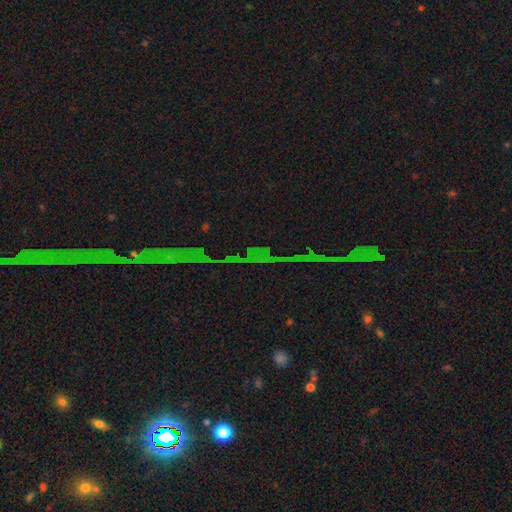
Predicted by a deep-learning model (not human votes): Smooth or featured? Predicted: star or artifact (p=0.75).